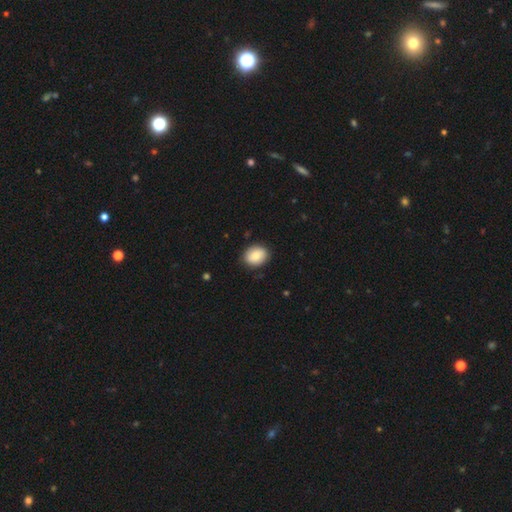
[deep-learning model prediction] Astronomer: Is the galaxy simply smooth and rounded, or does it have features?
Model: smooth — 84%.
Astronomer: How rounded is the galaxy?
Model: round — 58% (runner-up: in between, 41%).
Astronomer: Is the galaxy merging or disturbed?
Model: none — 88%.